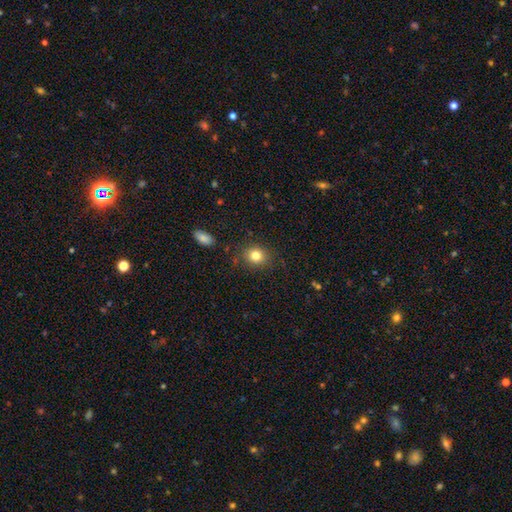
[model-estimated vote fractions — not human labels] Overall: smooth (82%). How rounded: round (72%). Merging: none (82%).